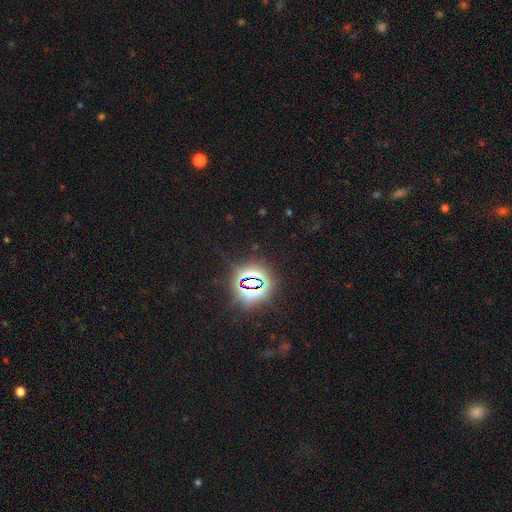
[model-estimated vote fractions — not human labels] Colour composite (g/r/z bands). It shows a star or artifact, not a galaxy (82%).